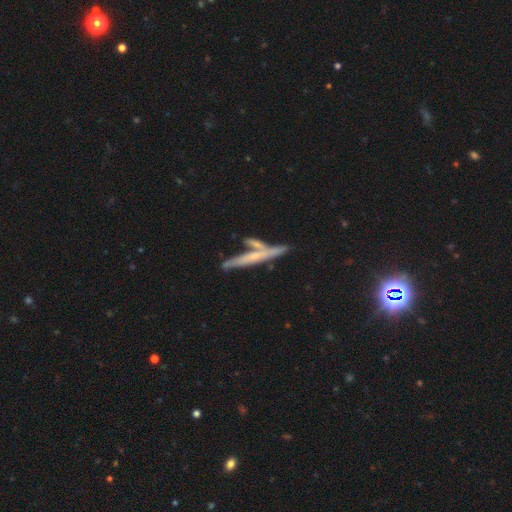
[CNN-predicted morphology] Q: Smooth or featured?
A: featured or disk (57%); runner-up: smooth (34%)
Q: Edge-on disk?
A: yes (87%); runner-up: no (13%)
Q: Edge-on bulge?
A: none (55%); runner-up: rounded (36%)
Q: Merging?
A: none (53%); runner-up: merger (29%)